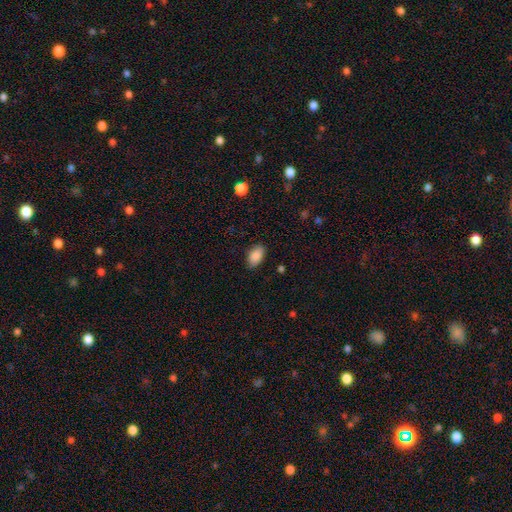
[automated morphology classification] This is clearly a smooth galaxy (88%). How rounded: clearly in between (92%). Merging: clearly none (83%).